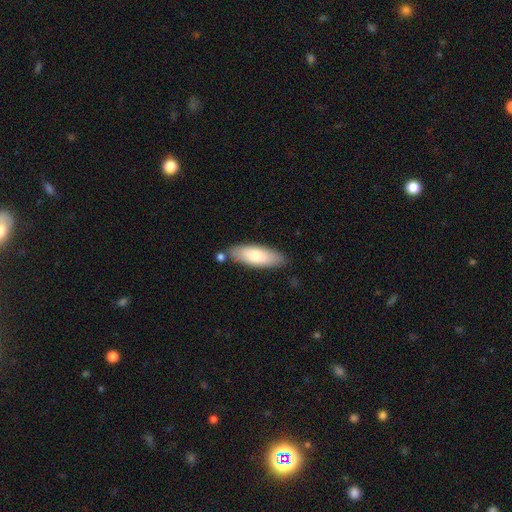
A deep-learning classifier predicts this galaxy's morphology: Q: Smooth or featured?
A: smooth (74%); runner-up: featured or disk (20%)
Q: How rounded?
A: in between (63%); runner-up: cigar-shaped (35%)
Q: Merging?
A: none (79%); runner-up: minor disturbance (12%)